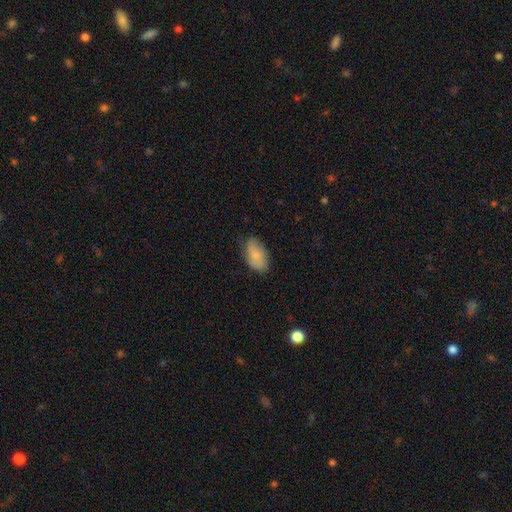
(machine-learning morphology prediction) This appears to be a smooth galaxy with no disk features (77%) that is in between round and cigar-shaped (93%). Merging: none (73%).